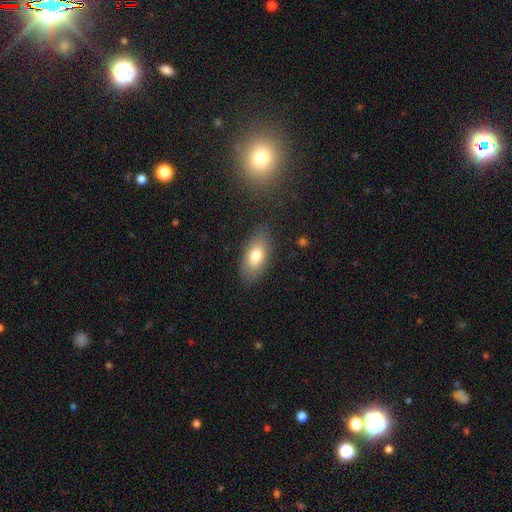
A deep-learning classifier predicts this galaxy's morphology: Smooth or featured: smooth — 76% (featured or disk — 17%)
How rounded: in between — 89% (cigar-shaped — 7%)
Merging: none — 83% (minor disturbance — 12%)